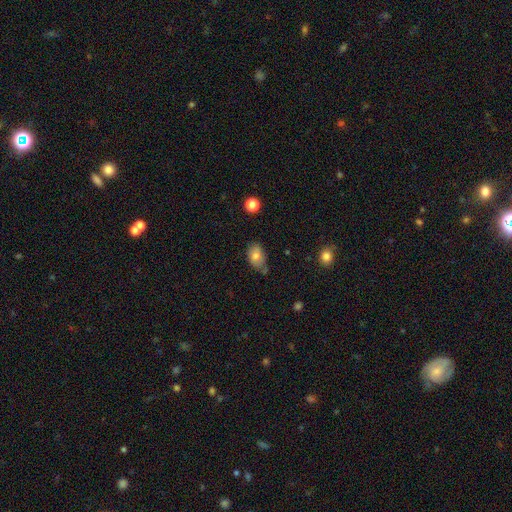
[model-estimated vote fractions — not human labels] Smooth or featured? smooth (77%)
How rounded? in between (87%)
Merging? none (59%)